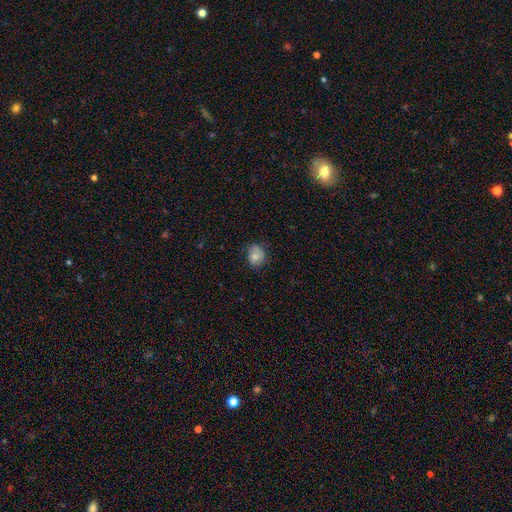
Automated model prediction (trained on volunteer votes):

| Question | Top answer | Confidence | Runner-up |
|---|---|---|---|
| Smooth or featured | smooth | 80% | featured or disk (11%) |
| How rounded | round | 57% | in between (42%) |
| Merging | none | 71% | minor disturbance (23%) |